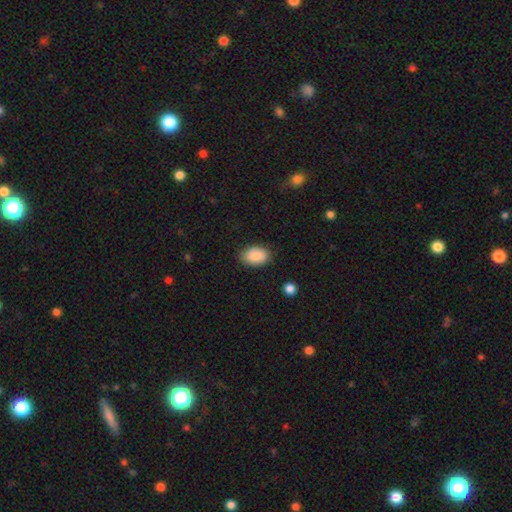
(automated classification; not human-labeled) The model was most divided on "merging": none: 84%, minor disturbance: 12%, major disturbance: 3%, merger: 1%. More confident: smooth or featured — smooth (89%); how rounded — in between (86%).